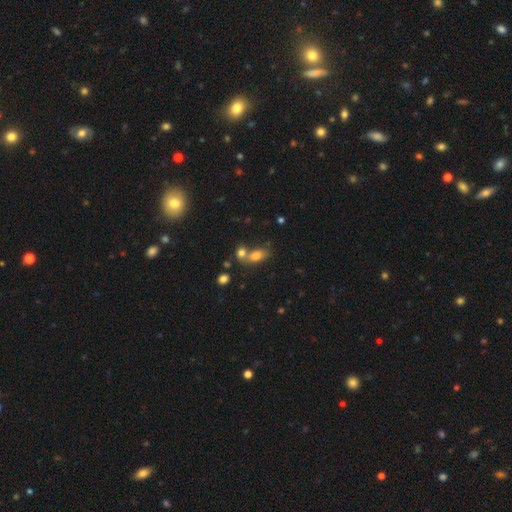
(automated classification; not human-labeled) Smooth or featured: smooth — 76% (star or artifact — 13%)
How rounded: in between — 79% (round — 17%)
Merging: merger — 46% (none — 40%)